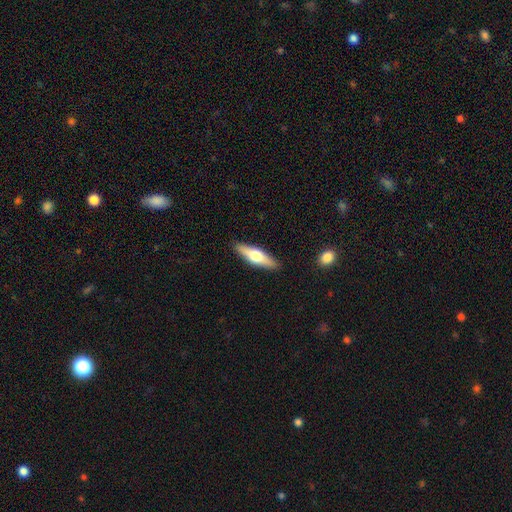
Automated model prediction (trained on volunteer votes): Smooth or featured? featured or disk (49%)
Merging? none (90%)